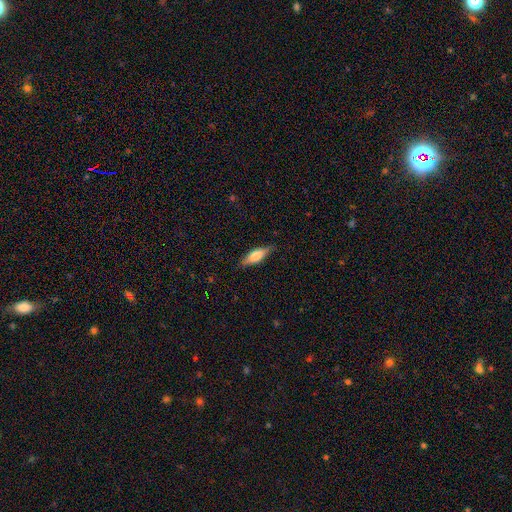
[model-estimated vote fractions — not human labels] A smooth galaxy with no disk features (60%) that is cigar-shaped (49%). Merging: none (84%).